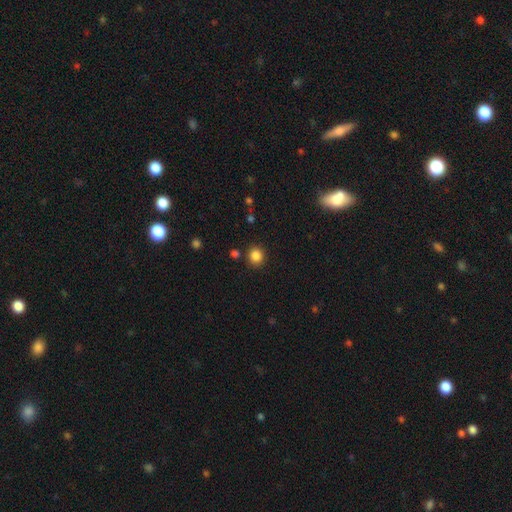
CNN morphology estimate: Smooth or featured? smooth (85%)
How rounded? round (89%)
Merging? none (87%)